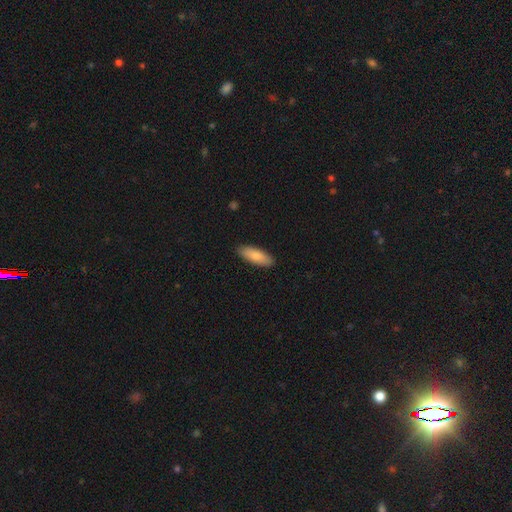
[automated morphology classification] Smooth or featured? smooth (83%)
How rounded? in between (60%)
Merging? none (90%)